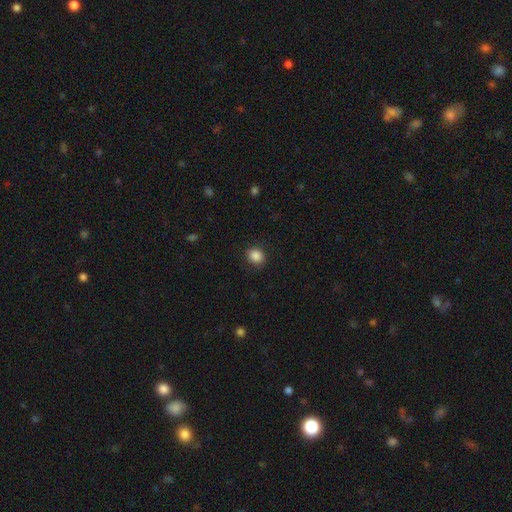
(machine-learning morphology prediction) smooth-or-featured: smooth: 86% | star or artifact: 10% | featured or disk: 4%
  how-rounded: round: 72% | in between: 27% | cigar-shaped: 1%
  merging: none: 84% | minor disturbance: 11% | major disturbance: 3% | merger: 1%